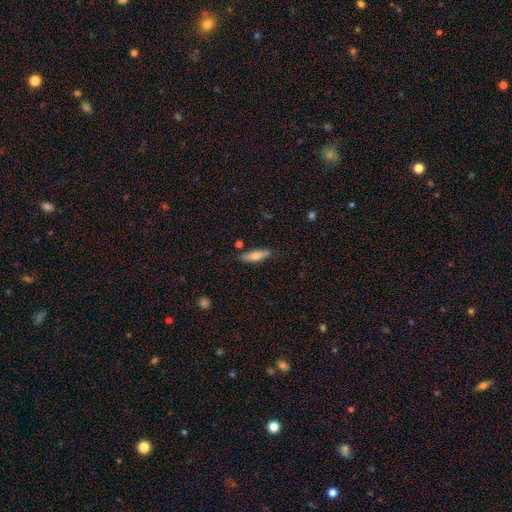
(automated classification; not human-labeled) A smooth galaxy with no disk features (67%) that is cigar-shaped (64%).

Vote fractions:
- Smooth or featured? smooth: 67% / featured or disk: 27% / star or artifact: 6%
- How rounded? cigar-shaped: 64% / in between: 34% / round: 2%
- Merging? none: 82% / minor disturbance: 12% / merger: 3% / major disturbance: 2%